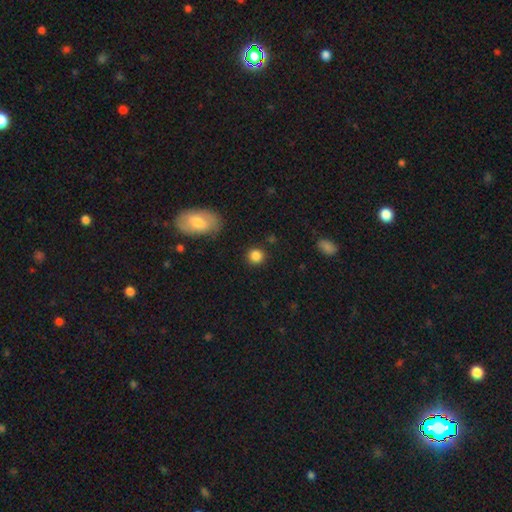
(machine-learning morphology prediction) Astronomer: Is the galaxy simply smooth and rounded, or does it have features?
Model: smooth — 85%.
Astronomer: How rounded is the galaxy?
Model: round — 89%.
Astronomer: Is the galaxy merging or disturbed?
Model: none — 87%.